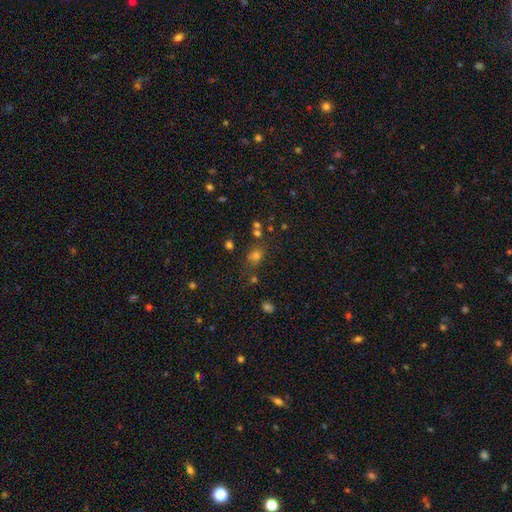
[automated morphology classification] smooth_or_featured: smooth (p=0.58) [alt: star or artifact p=0.33]
how_rounded: round (p=0.60) [alt: in between p=0.37]
merging: none (p=0.69) [alt: minor disturbance p=0.14]